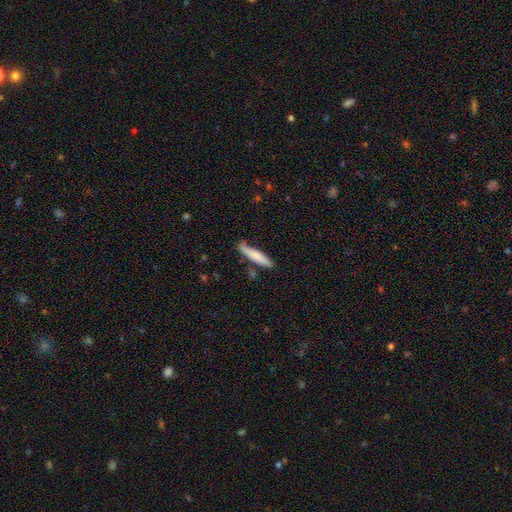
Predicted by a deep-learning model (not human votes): smooth_or_featured: smooth (p=0.75) [alt: featured or disk p=0.20]
how_rounded: cigar-shaped (p=0.88) [alt: in between p=0.10]
merging: none (p=0.72) [alt: minor disturbance p=0.19]